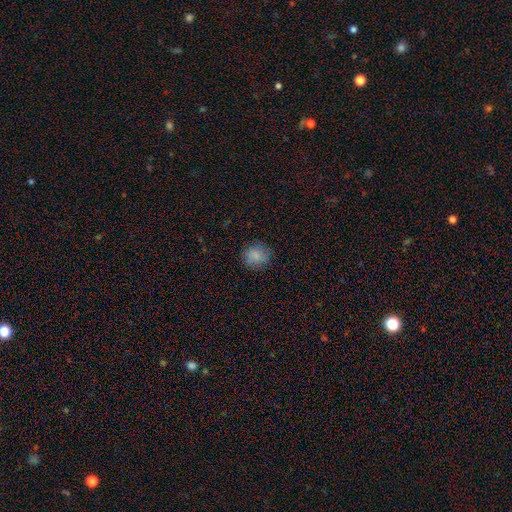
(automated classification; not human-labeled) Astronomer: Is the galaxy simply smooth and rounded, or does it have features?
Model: smooth — 85%.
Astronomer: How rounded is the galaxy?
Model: round — 84%.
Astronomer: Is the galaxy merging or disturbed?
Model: none — 86%.